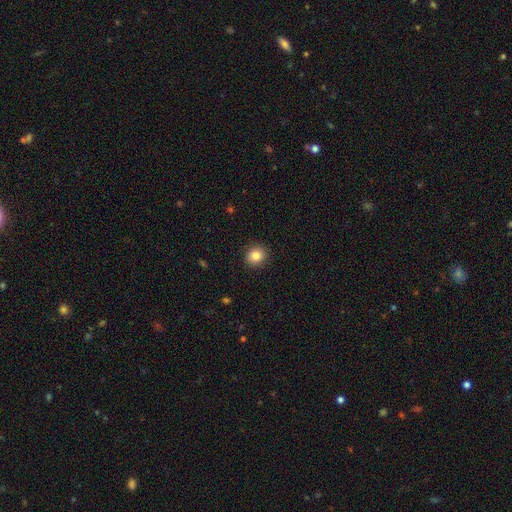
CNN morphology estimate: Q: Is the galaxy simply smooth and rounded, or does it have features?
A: smooth — 85%.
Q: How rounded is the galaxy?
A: round — 83%.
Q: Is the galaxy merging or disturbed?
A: none — 90%.